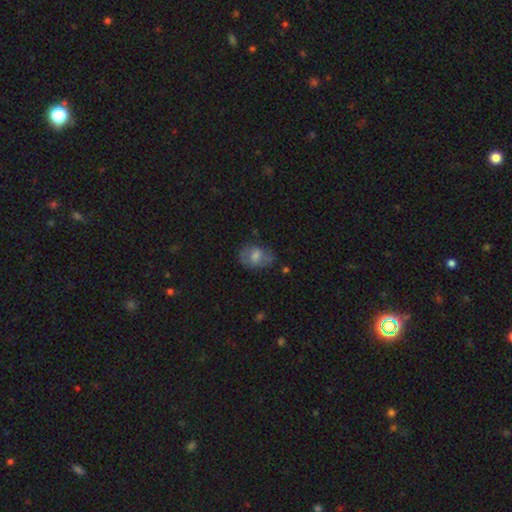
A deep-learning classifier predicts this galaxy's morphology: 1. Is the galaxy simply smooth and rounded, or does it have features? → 53% smooth, 37% featured or disk, 10% star or artifact.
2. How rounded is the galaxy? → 72% in between, 27% round, 1% cigar-shaped.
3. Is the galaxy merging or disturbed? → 62% none, 25% minor disturbance, 10% major disturbance, 3% merger.